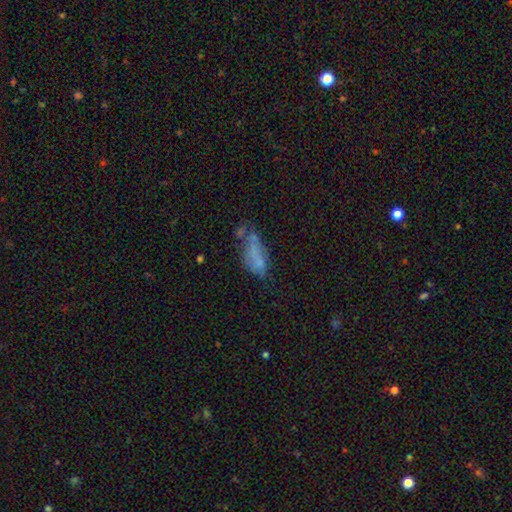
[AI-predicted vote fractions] This is possibly a smooth galaxy (57%). How rounded: likely in between (72%). Merging: marginally none (33%).